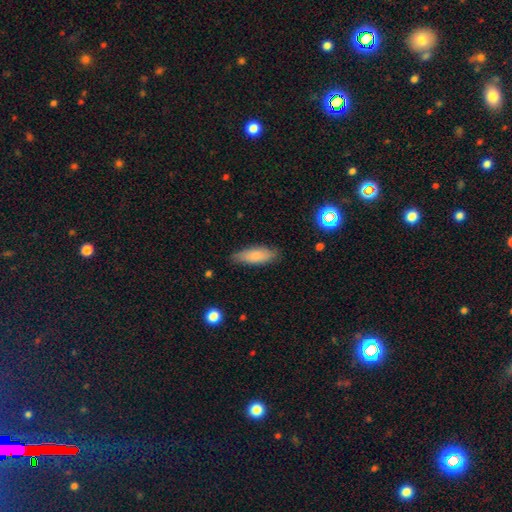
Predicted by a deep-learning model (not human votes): This appears to be a smooth galaxy with no disk features (80%) that is in between round and cigar-shaped (57%). Merging: none (82%).